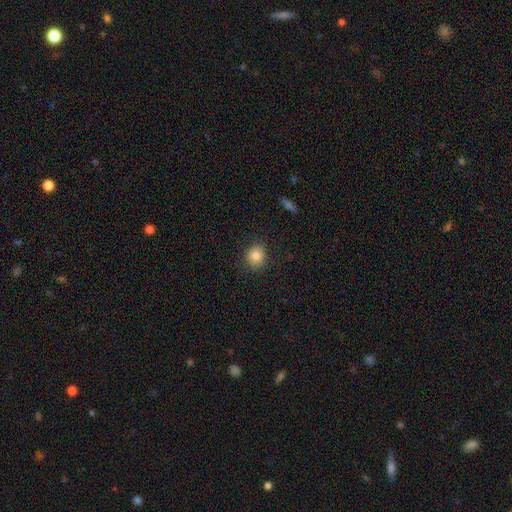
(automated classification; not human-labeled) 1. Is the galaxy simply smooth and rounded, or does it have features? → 84% smooth, 10% star or artifact, 6% featured or disk.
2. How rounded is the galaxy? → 74% round, 25% in between, 1% cigar-shaped.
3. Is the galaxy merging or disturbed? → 83% none, 13% minor disturbance, 3% major disturbance, 1% merger.